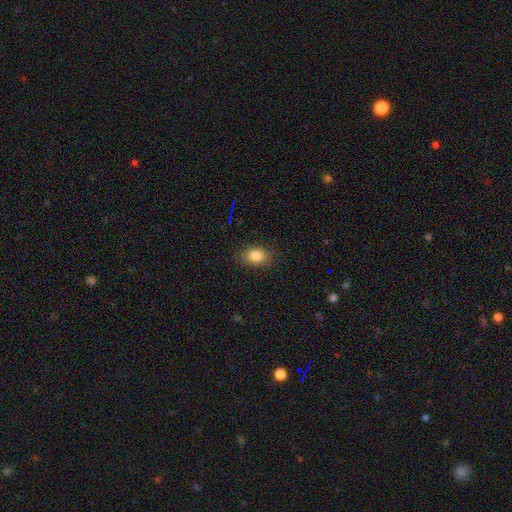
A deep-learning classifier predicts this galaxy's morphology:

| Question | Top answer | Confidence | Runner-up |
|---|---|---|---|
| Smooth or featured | smooth | 83% | star or artifact (10%) |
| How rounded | in between | 73% | round (25%) |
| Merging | none | 84% | minor disturbance (12%) |